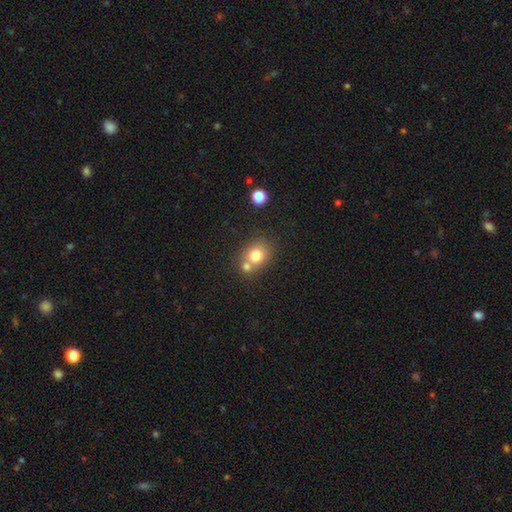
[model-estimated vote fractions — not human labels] This is likely a smooth galaxy (77%). How rounded: likely round (68%). Merging: possibly none (47%).